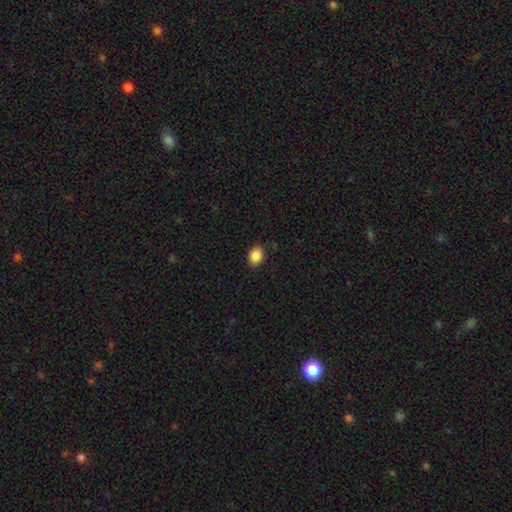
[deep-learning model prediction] Smooth or featured? smooth (88%)
How rounded? in between (69%)
Merging? none (88%)